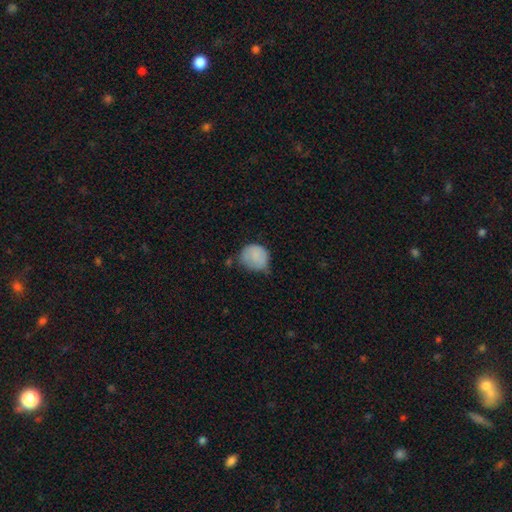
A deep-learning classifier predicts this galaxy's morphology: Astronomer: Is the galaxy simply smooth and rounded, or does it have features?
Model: smooth — 82%.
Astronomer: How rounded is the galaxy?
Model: round — 78%.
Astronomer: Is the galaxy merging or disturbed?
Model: minor disturbance — 46% (runner-up: none, 38%).